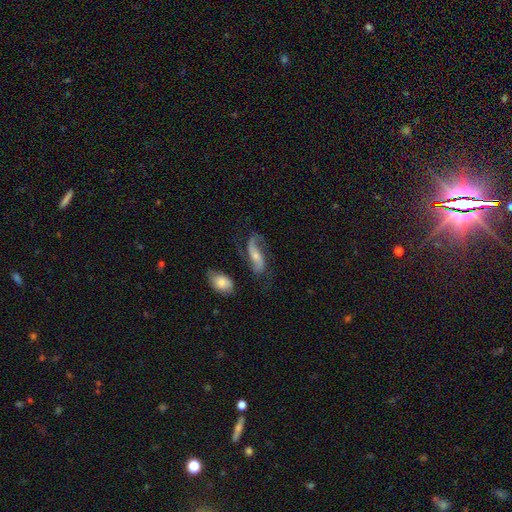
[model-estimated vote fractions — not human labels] Smooth or featured?
  - featured or disk: 77% *
  - smooth: 16%
  - star or artifact: 7%
Edge-on disk?
  - no: 92% *
  - yes: 8%
Bar?
  - no: 44% *
  - weak: 33%
  - strong: 23%
Spiral arms?
  - yes: 94% *
  - no: 6%
Spiral winding?
  - loose: 61% *
  - medium: 30%
  - tight: 9%
Spiral arm count?
  - 2: 88% *
  - 1: 5%
  - can't tell: 4%
  - 3: 1%
  - 4: 1%
  - more than 4: 1%
Bulge size?
  - small: 48% *
  - moderate: 42%
  - none: 4%
  - large: 4%
  - dominant: 1%
Merging?
  - none: 58% *
  - minor disturbance: 20%
  - major disturbance: 15%
  - merger: 7%